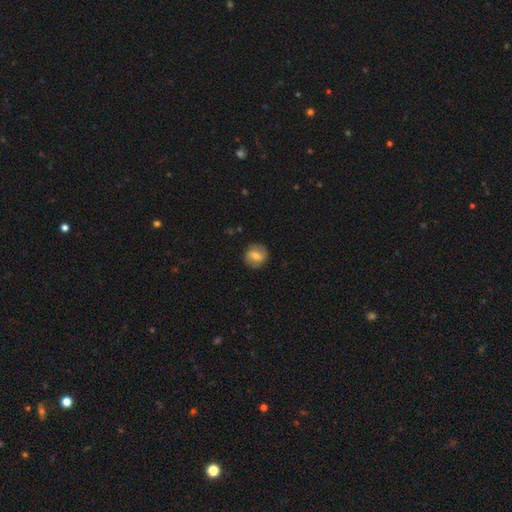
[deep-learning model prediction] Smooth or featured? Predicted: smooth (p=0.66). How rounded? Predicted: round (p=0.87). Merging? Predicted: none (p=0.88).